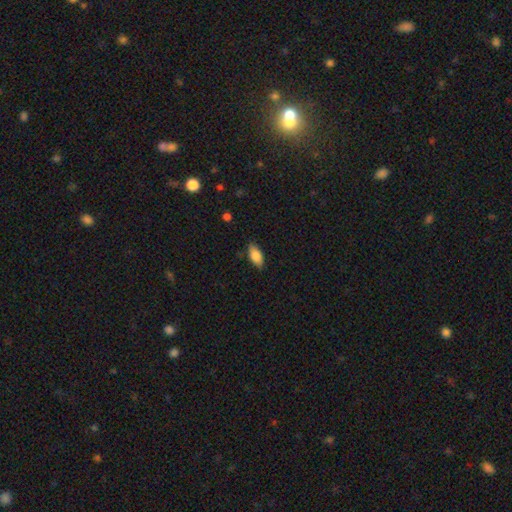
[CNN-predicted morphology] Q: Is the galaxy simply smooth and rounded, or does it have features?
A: smooth — 83%.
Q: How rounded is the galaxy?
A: in between — 90%.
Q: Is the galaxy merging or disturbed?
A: none — 82%.